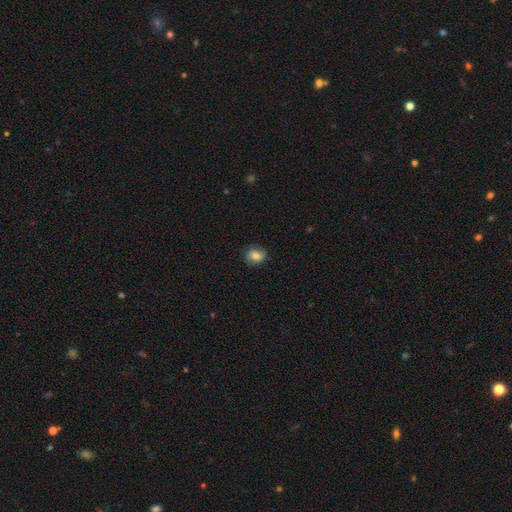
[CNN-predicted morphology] A smooth galaxy with no disk features (78%) that is round (59%).

Vote fractions:
- Smooth or featured? smooth: 78% / featured or disk: 13% / star or artifact: 9%
- How rounded? round: 59% / in between: 40% / cigar-shaped: 1%
- Merging? none: 80% / minor disturbance: 15% / major disturbance: 4% / merger: 1%